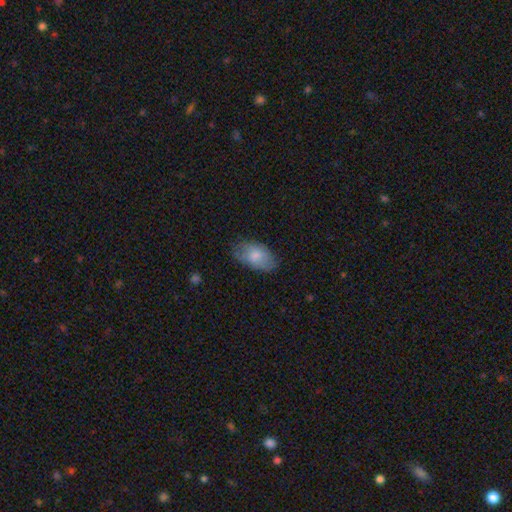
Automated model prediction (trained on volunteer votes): Overall: smooth (74%). How rounded: in between (93%). Merging: none (71%).